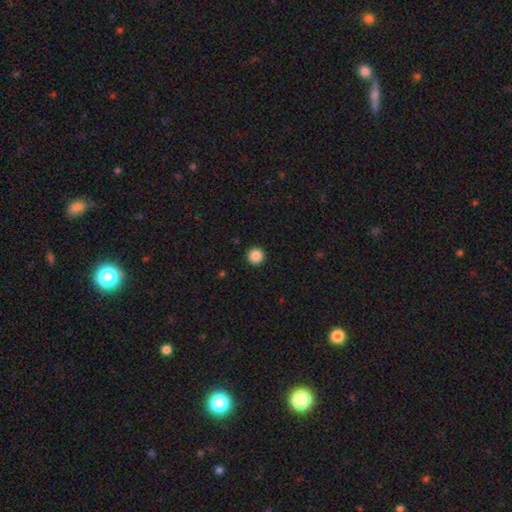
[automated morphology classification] smooth 87%, star or artifact 10%, featured or disk 3%. Down the decision tree: how rounded — round (96%); merging — none (94%).